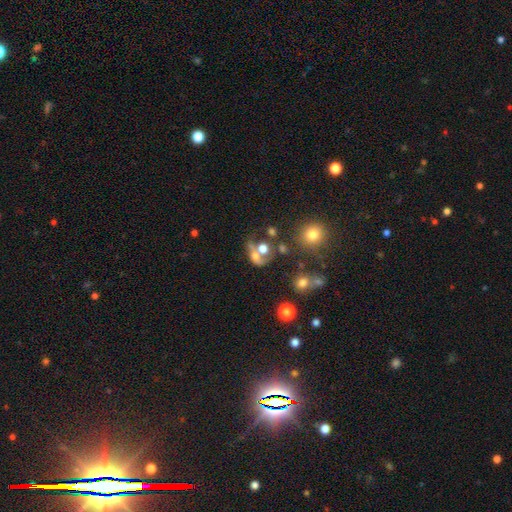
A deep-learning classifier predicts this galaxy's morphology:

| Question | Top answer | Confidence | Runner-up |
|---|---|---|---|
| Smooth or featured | smooth | 54% | featured or disk (29%) |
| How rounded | round | 52% | in between (45%) |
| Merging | merger | 46% | none (23%) |